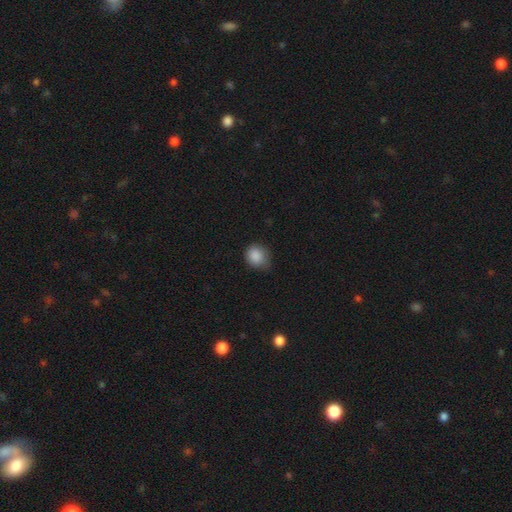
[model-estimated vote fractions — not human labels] smooth 87%, star or artifact 8%, featured or disk 4%. Down the decision tree: how rounded — round (73%); merging — none (59%).